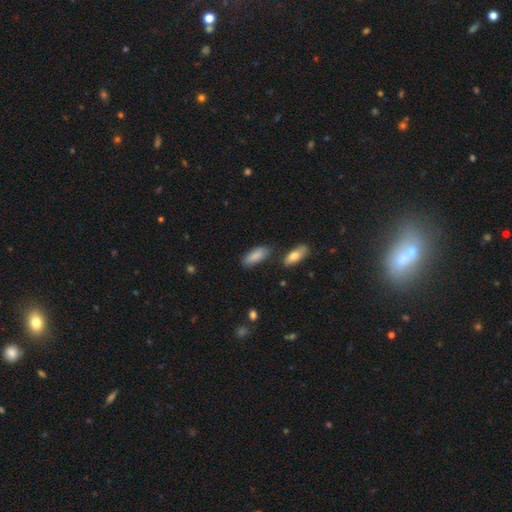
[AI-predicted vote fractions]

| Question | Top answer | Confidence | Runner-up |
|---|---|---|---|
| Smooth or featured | smooth | 85% | featured or disk (9%) |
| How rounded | in between | 79% | cigar-shaped (19%) |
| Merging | none | 73% | minor disturbance (17%) |